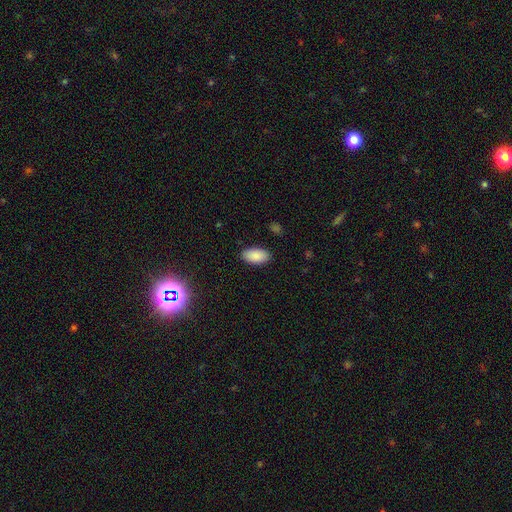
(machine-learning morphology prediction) This is clearly a smooth galaxy (89%). How rounded: clearly in between (95%). Merging: clearly none (88%).